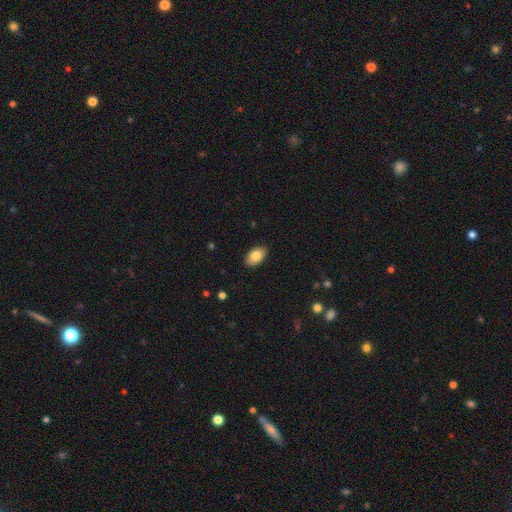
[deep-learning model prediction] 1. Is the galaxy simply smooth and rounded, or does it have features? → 83% smooth, 10% featured or disk, 7% star or artifact.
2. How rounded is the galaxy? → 93% in between, 6% round, 1% cigar-shaped.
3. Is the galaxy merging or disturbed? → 88% none, 9% minor disturbance, 2% major disturbance, 1% merger.